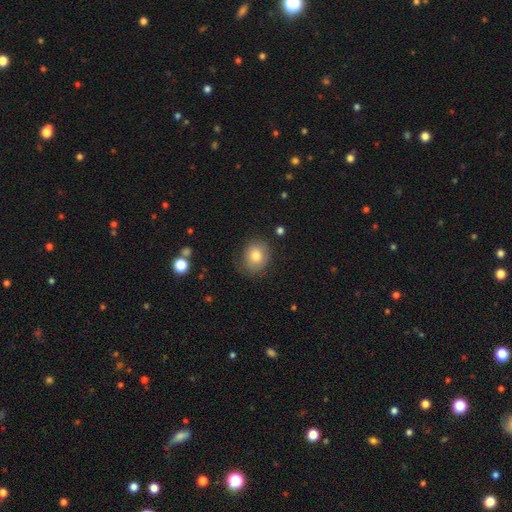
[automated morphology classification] A smooth galaxy with no disk features (78%) that is round (60%). Merging: none (76%).